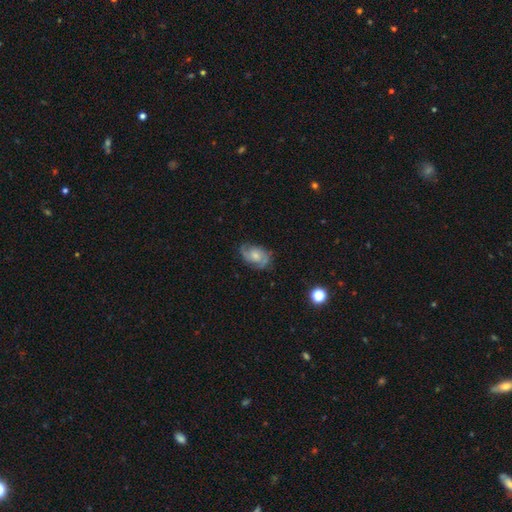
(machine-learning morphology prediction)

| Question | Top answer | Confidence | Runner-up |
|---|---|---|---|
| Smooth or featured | featured or disk | 68% | smooth (24%) |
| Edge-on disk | no | 96% | yes (4%) |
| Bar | no | 68% | weak (28%) |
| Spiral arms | yes | 91% | no (9%) |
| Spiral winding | medium | 47% | tight (33%) |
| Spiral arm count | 2 | 74% | can't tell (13%) |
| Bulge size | moderate | 45% | small (40%) |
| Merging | none | 69% | minor disturbance (22%) |